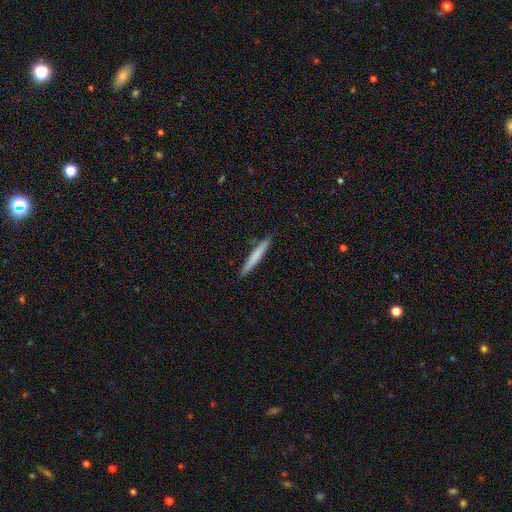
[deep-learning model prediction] smooth_or_featured: smooth (p=0.70) [alt: featured or disk p=0.25]
how_rounded: cigar-shaped (p=0.96) [alt: in between p=0.03]
merging: none (p=0.90) [alt: minor disturbance p=0.08]